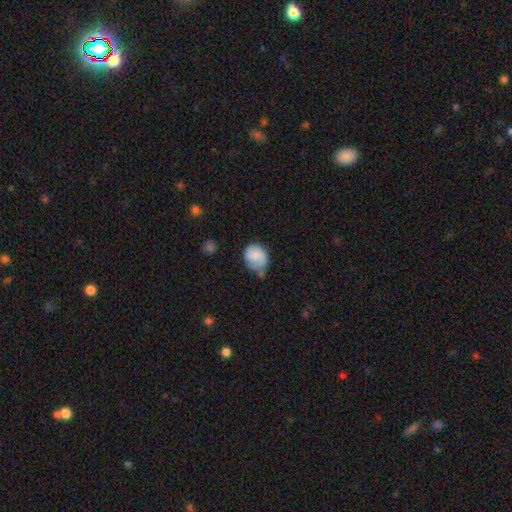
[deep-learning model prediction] This appears to be a smooth galaxy with no disk features (69%) that is round (61%). Merging: none (41%).